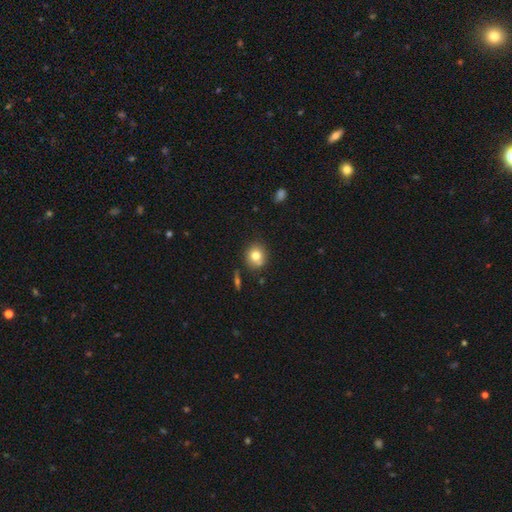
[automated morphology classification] This appears to be a smooth galaxy with no disk features (78%) that is round (84%). Merging: none (74%).